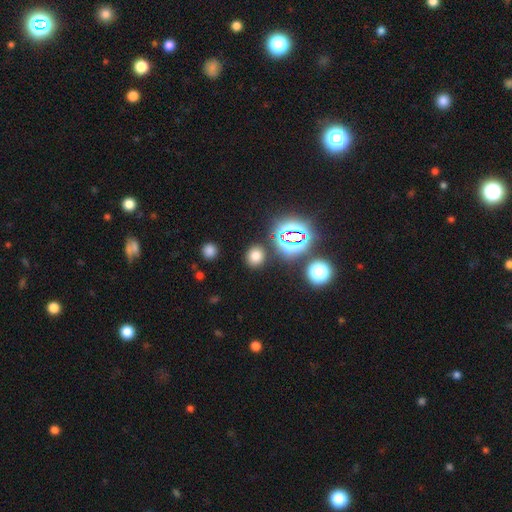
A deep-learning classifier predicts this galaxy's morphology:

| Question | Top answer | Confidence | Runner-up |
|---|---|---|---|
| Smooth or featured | smooth | 68% | star or artifact (25%) |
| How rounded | round | 75% | in between (24%) |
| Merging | none | 86% | minor disturbance (8%) |